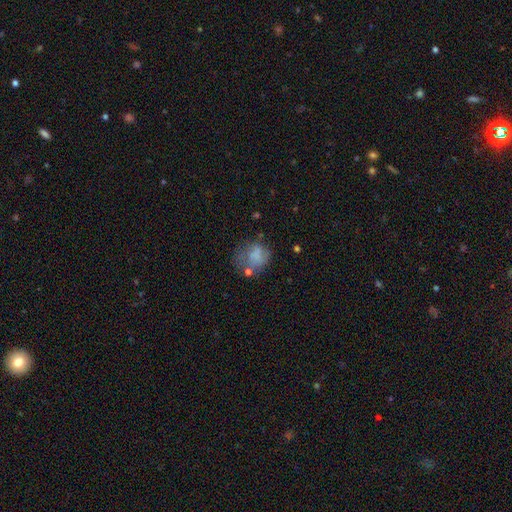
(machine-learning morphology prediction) A smooth galaxy with no disk features (60%) that is round (56%).

Vote fractions:
- Smooth or featured? smooth: 60% / featured or disk: 28% / star or artifact: 12%
- How rounded? round: 56% / in between: 43% / cigar-shaped: 1%
- Merging? none: 38% / major disturbance: 28% / minor disturbance: 25% / merger: 9%